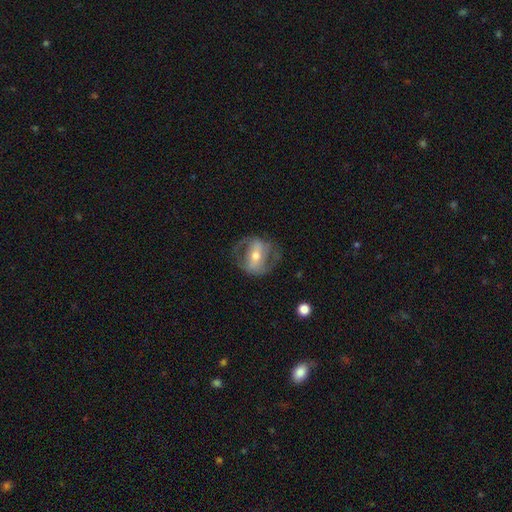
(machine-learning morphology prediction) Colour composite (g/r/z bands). It shows a featured or disk galaxy (71%) with a strong bar (50%), spiral arms (67%) and a moderate central bulge (65%). Merging: none (66%).